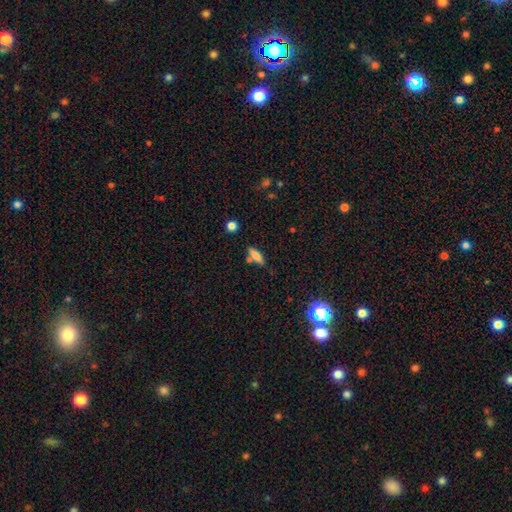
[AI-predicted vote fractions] Smooth or featured? Predicted: smooth (p=0.71). How rounded? Predicted: cigar-shaped (p=0.57). Merging? Predicted: none (p=0.69).